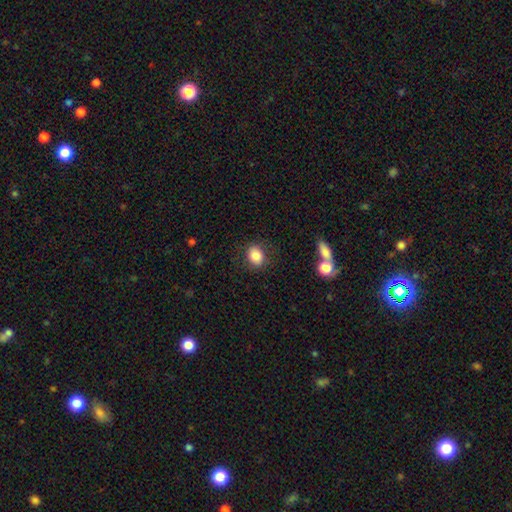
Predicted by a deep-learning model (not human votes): Q: Smooth or featured?
A: smooth (84%); runner-up: star or artifact (9%)
Q: How rounded?
A: in between (52%); runner-up: round (47%)
Q: Merging?
A: none (83%); runner-up: minor disturbance (11%)